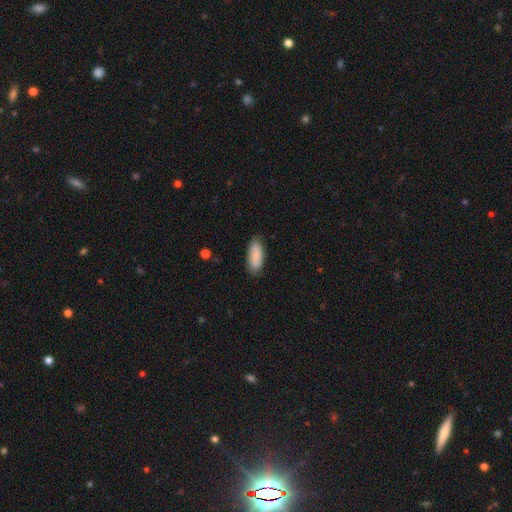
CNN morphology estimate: smooth-or-featured: smooth: 87% | featured or disk: 7% | star or artifact: 6%
  how-rounded: in between: 84% | cigar-shaped: 15% | round: 2%
  merging: none: 81% | minor disturbance: 15% | major disturbance: 3% | merger: 1%